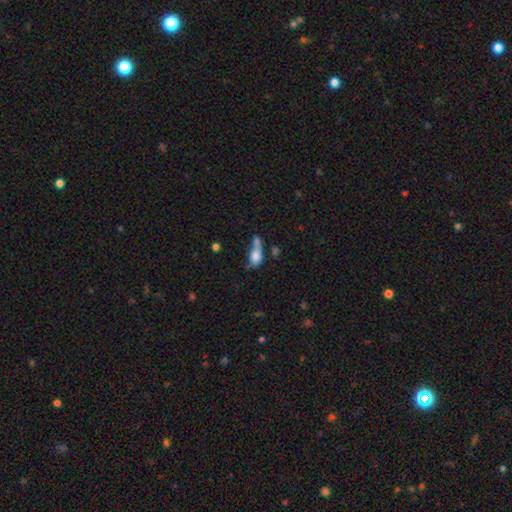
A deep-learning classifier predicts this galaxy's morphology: The model was most divided on "merging": merger: 46%, none: 22%, minor disturbance: 16%, major disturbance: 16%. More confident: smooth or featured — smooth (72%); how rounded — in between (68%).